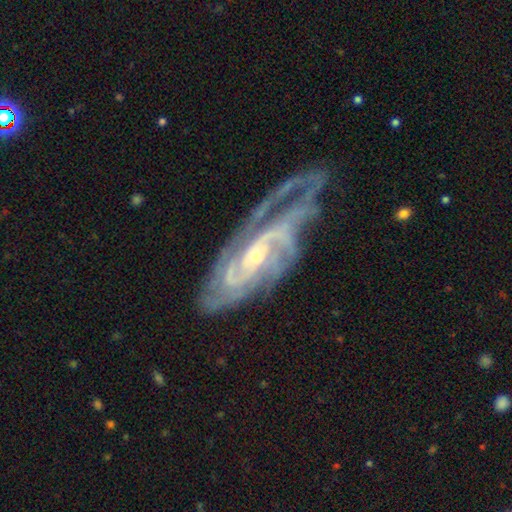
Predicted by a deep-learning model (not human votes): smooth-or-featured: featured or disk: 90% | star or artifact: 6% | smooth: 5%
  disk-edge-on: no: 93% | yes: 7%
    bar: no: 46% | weak: 37% | strong: 17%
    has-spiral-arms: yes: 98% | no: 2%
      spiral-winding: tight: 56% | medium: 36% | loose: 8%
      spiral-arm-count: 3: 27% | 2: 21% | can't tell: 21% | 4: 17% | more than 4: 7% | 1: 7%
    bulge-size: small: 68% | moderate: 28% | none: 2% | large: 2% | dominant: 1%
  merging: none: 58% | minor disturbance: 24% | major disturbance: 16% | merger: 2%